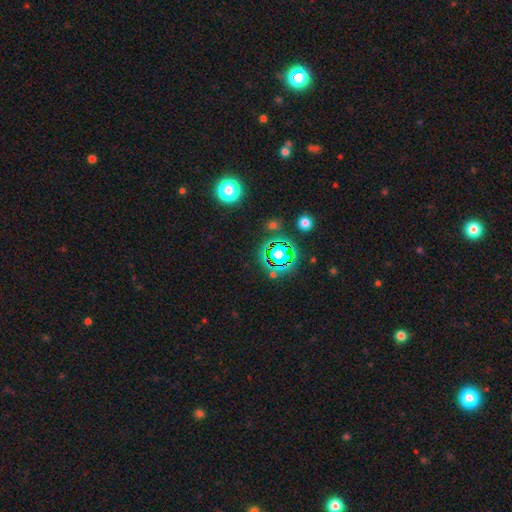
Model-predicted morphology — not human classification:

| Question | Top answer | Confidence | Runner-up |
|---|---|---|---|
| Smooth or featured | star or artifact | 75% | smooth (16%) |